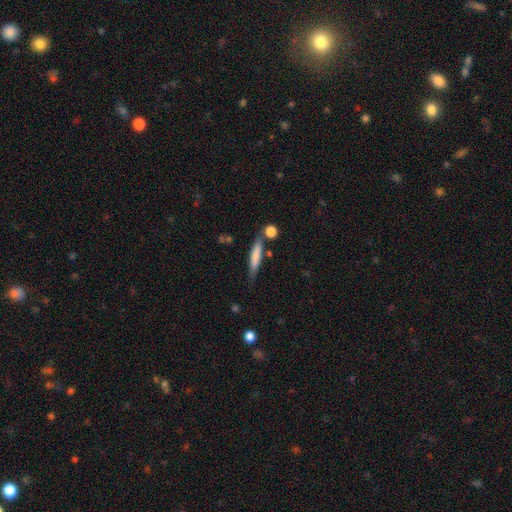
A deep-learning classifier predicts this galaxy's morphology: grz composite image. It shows a smooth galaxy with no disk features (71%) that is cigar-shaped (86%). Merging: none (69%).